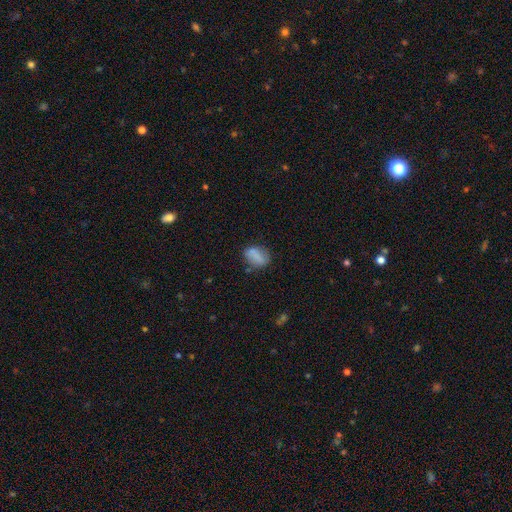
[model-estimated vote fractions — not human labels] smooth-or-featured: smooth: 72% | featured or disk: 18% | star or artifact: 9%
  how-rounded: in between: 73% | round: 24% | cigar-shaped: 3%
  merging: none: 67% | minor disturbance: 21% | major disturbance: 7% | merger: 5%